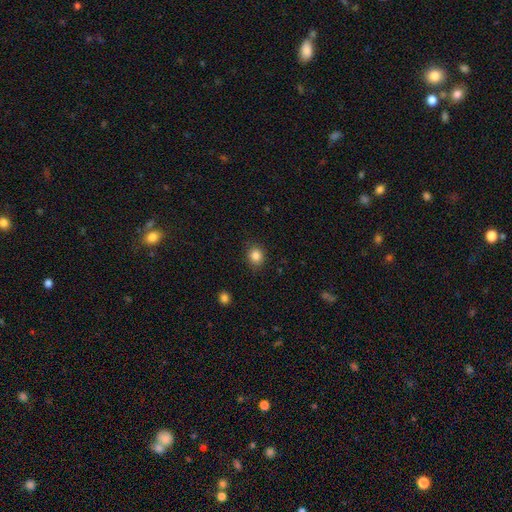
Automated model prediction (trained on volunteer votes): Smooth or featured: smooth — 84% (star or artifact — 11%)
How rounded: round — 76% (in between — 23%)
Merging: none — 87% (minor disturbance — 9%)